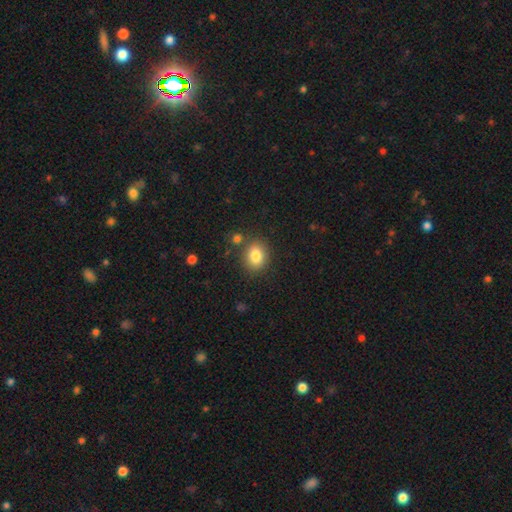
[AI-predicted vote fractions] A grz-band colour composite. It shows a smooth galaxy with no disk features (83%) that is in between round and cigar-shaped (53%). Merging: none (81%).